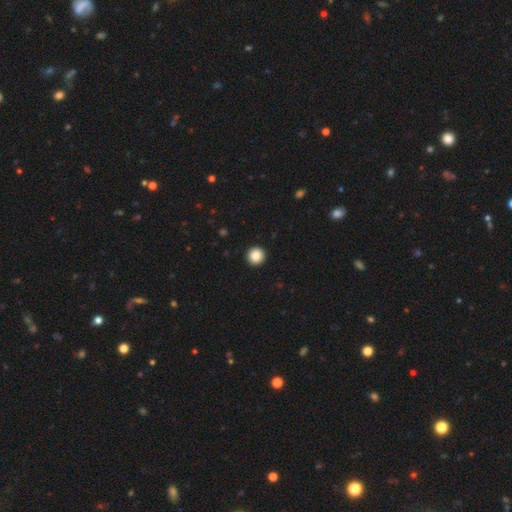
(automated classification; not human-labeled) smooth 87%, star or artifact 9%, featured or disk 4%. Down the decision tree: how rounded — round (96%); merging — none (94%).